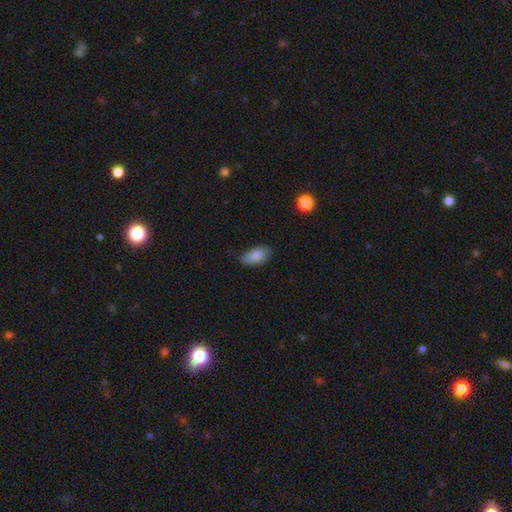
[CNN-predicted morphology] Q: Smooth or featured?
A: smooth (86%); runner-up: star or artifact (8%)
Q: How rounded?
A: in between (91%); runner-up: cigar-shaped (5%)
Q: Merging?
A: none (67%); runner-up: minor disturbance (27%)